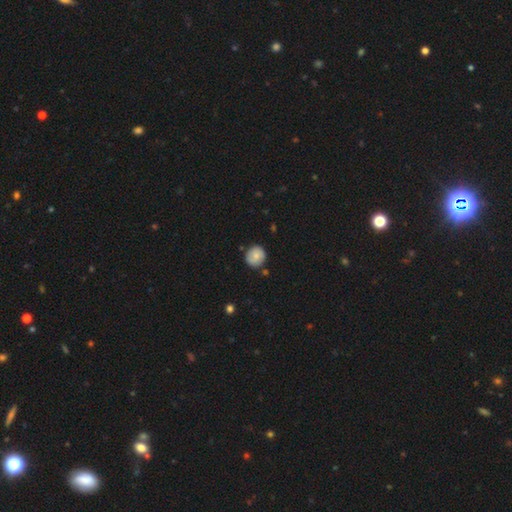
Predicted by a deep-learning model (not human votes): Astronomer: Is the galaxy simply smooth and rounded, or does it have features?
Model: smooth — 80%.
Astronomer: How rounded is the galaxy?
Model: round — 90%.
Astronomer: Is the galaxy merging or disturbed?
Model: none — 83%.